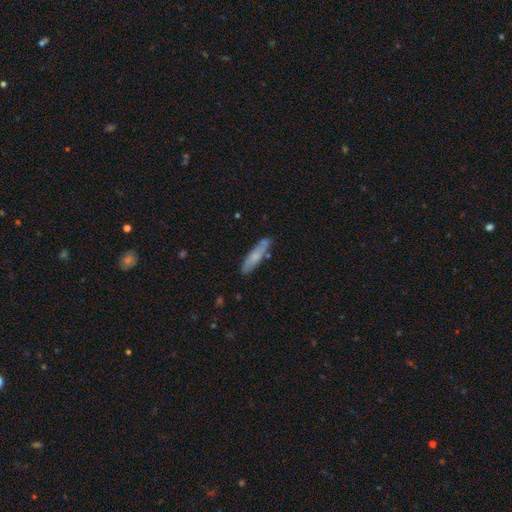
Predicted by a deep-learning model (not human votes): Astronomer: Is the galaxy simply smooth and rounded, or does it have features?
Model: smooth — 63%.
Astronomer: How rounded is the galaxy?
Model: cigar-shaped — 81%.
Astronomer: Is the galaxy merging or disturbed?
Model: none — 77%.